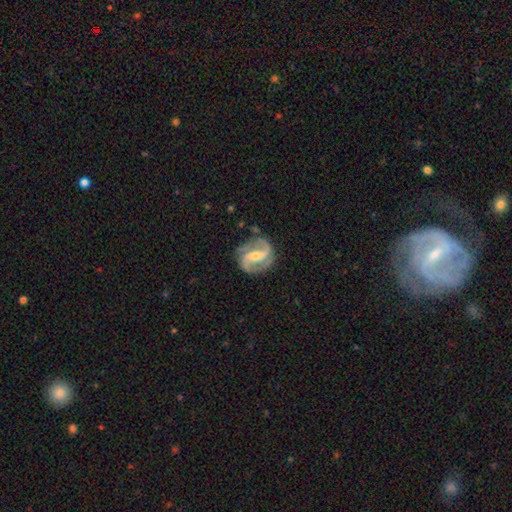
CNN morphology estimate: Overall: featured or disk (89%). Edge-on disk: no (98%). Bar: strong (45%; weak 38%). Spiral arms: yes (97%). Spiral arm count: 2 (91%). Spiral winding: medium (53%; loose 27%). Bulge size: small (52%; moderate 43%). Merging: none (79%).